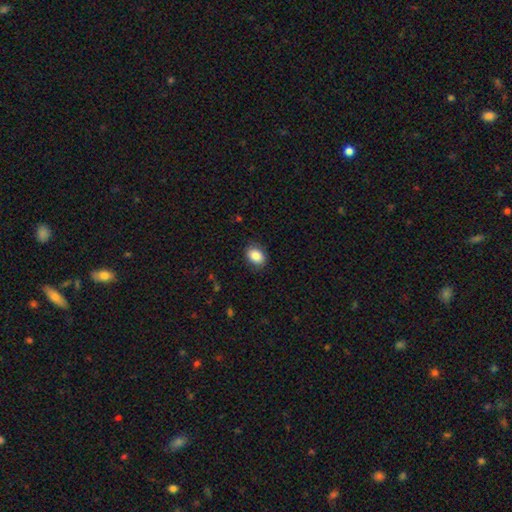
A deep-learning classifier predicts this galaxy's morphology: The model was most divided on "how rounded": in between: 73%, round: 26%, cigar-shaped: 1%. More confident: smooth or featured — smooth (87%); merging — none (85%).